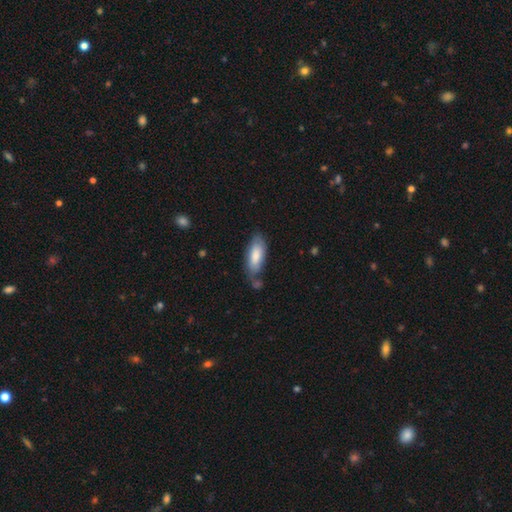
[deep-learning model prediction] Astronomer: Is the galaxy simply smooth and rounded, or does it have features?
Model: smooth — 75%.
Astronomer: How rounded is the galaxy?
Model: in between — 79%.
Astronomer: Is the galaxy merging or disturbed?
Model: none — 57%.